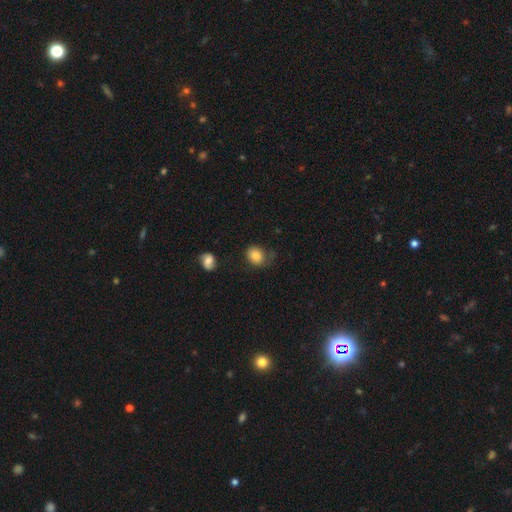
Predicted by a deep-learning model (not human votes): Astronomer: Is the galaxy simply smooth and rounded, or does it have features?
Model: smooth — 85%.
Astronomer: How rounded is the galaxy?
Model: round — 57% (runner-up: in between, 42%).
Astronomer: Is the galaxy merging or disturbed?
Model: none — 59%.